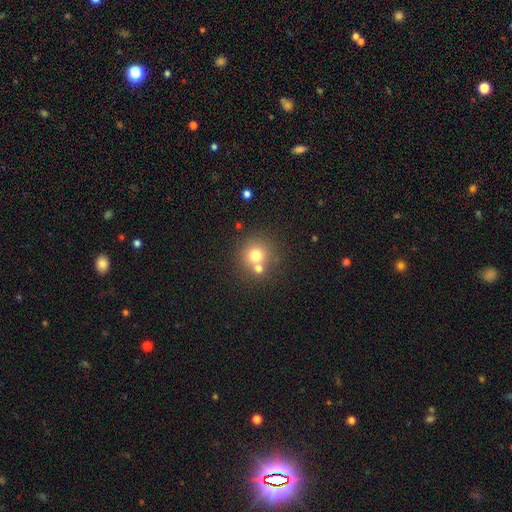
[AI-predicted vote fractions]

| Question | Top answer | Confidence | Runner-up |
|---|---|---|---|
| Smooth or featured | smooth | 73% | featured or disk (14%) |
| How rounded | round | 90% | in between (9%) |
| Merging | none | 55% | merger (34%) |